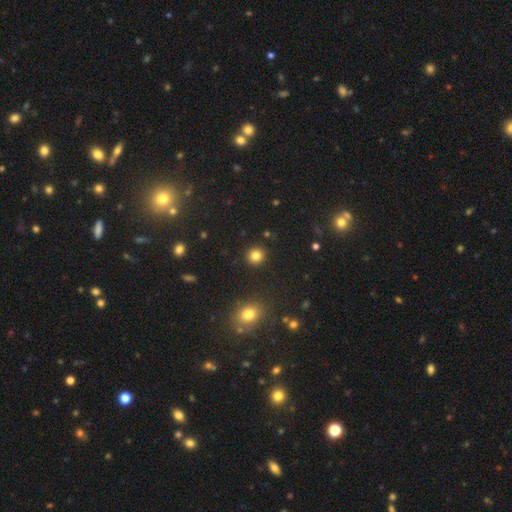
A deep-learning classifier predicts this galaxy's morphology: The model was most divided on "smooth or featured": smooth: 84%, star or artifact: 12%, featured or disk: 5%. More confident: merging — none (92%); how rounded — round (91%).